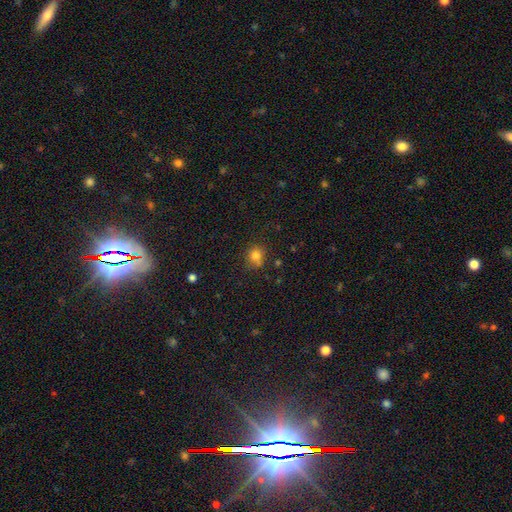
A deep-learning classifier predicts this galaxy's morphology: Smooth or featured? smooth (80%)
How rounded? round (79%)
Merging? none (64%)